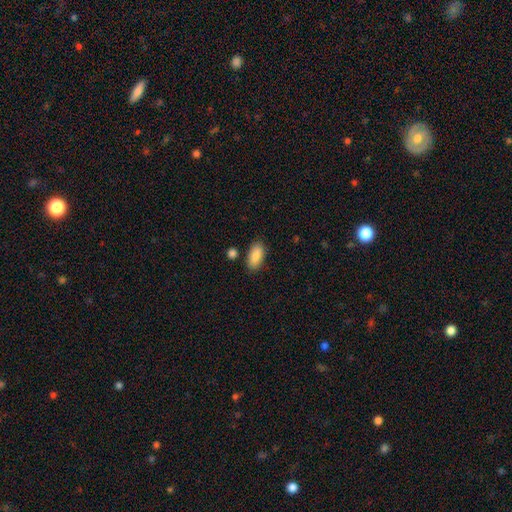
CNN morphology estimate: A smooth galaxy with no disk features (88%) that is in between round and cigar-shaped (91%). Merging: none (83%).